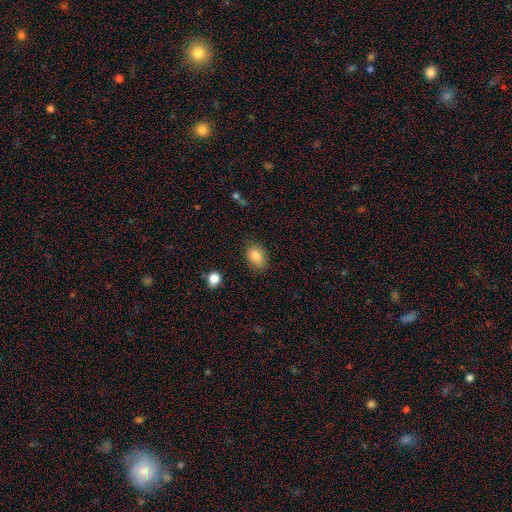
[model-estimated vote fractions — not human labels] A smooth galaxy with no disk features (84%) that is in between round and cigar-shaped (73%).

Vote fractions:
- Smooth or featured? smooth: 84% / star or artifact: 9% / featured or disk: 7%
- How rounded? in between: 73% / round: 26% / cigar-shaped: 1%
- Merging? none: 77% / minor disturbance: 18% / major disturbance: 3% / merger: 2%